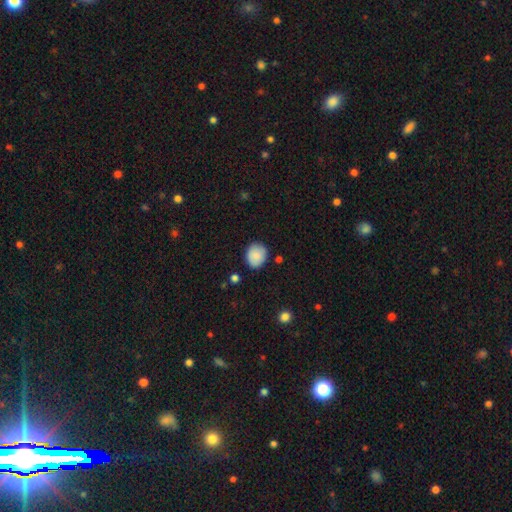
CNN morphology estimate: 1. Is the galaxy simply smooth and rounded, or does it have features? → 87% smooth, 7% star or artifact, 6% featured or disk.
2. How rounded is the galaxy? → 70% round, 29% in between, 1% cigar-shaped.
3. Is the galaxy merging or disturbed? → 85% none, 11% minor disturbance, 3% major disturbance, 2% merger.